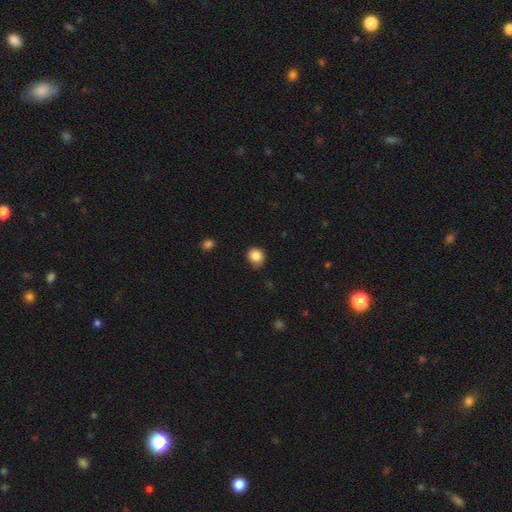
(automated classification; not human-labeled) Smooth or featured: smooth — 85% (star or artifact — 10%)
How rounded: round — 83% (in between — 16%)
Merging: none — 72% (minor disturbance — 23%)